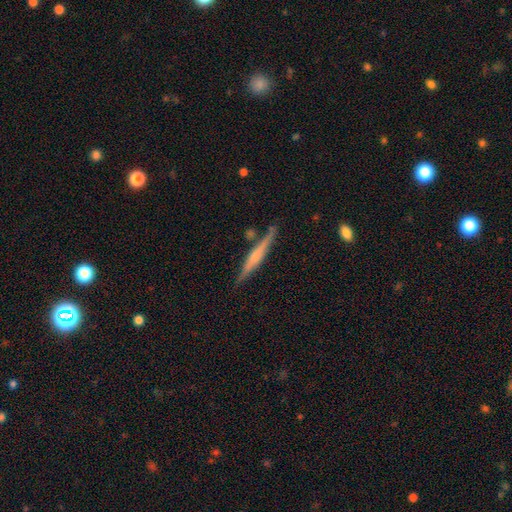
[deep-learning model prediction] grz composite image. It shows a featured or disk galaxy (60%) viewed edge-on (97%) with a rounded central bulge (46%). Merging: none (82%).